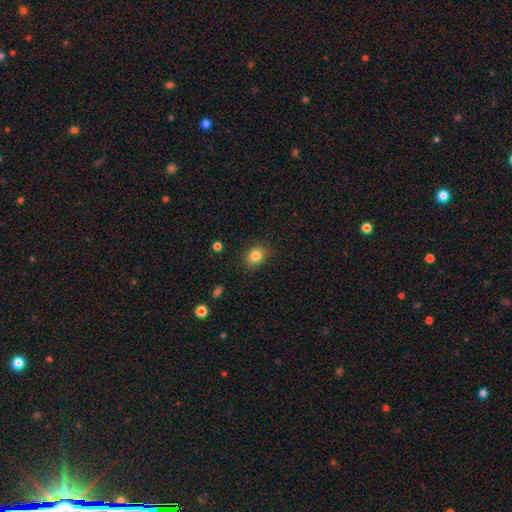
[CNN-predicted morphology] Smooth or featured? Predicted: smooth (p=0.83). How rounded? Predicted: in between (p=0.52). Merging? Predicted: none (p=0.85).